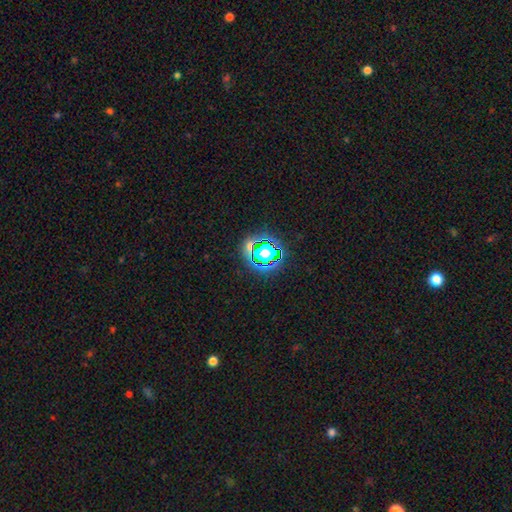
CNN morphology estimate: Q: Smooth or featured?
A: star or artifact (78%); runner-up: smooth (14%)